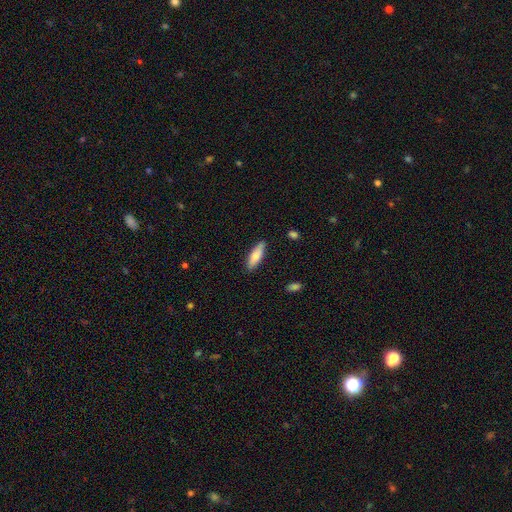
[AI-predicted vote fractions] A smooth galaxy with no disk features (77%) that is in between round and cigar-shaped (50%). Merging: none (86%).